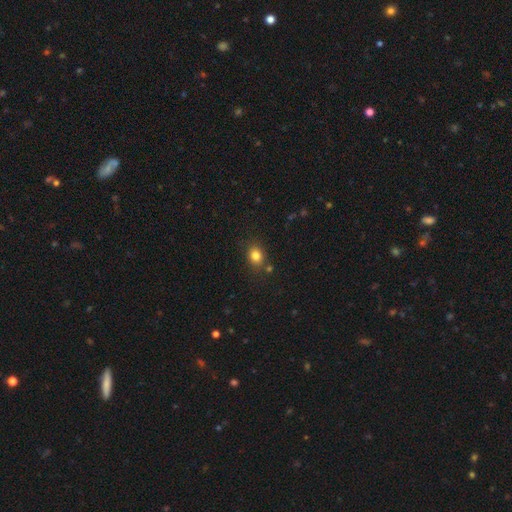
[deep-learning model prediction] Overall: smooth (81%). How rounded: round (53%; in between 46%). Merging: none (79%).